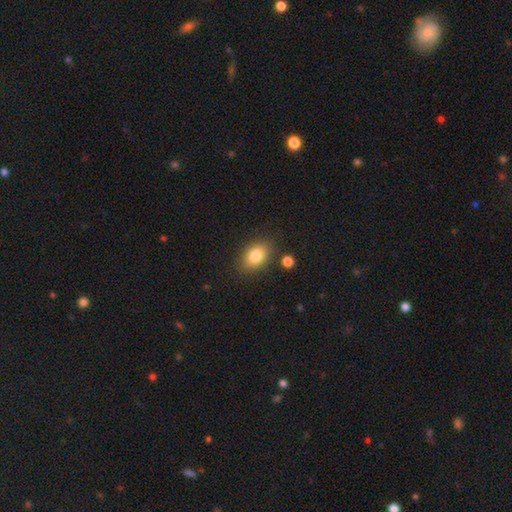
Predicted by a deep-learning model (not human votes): This appears to be a smooth galaxy with no disk features (83%) that is in between round and cigar-shaped (79%). Merging: none (81%).